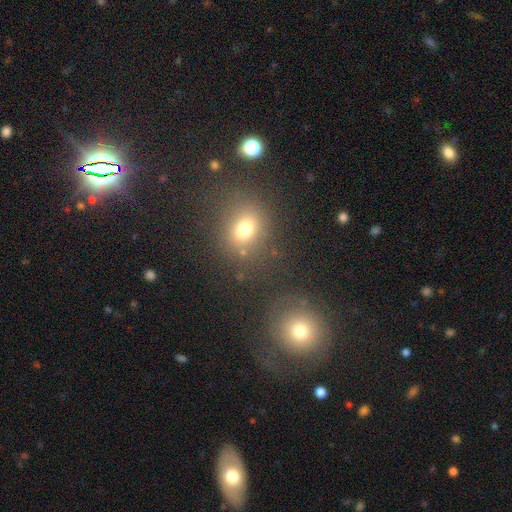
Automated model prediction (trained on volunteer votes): Overall: smooth (47%; star or artifact 40%). Merging: none (77%).